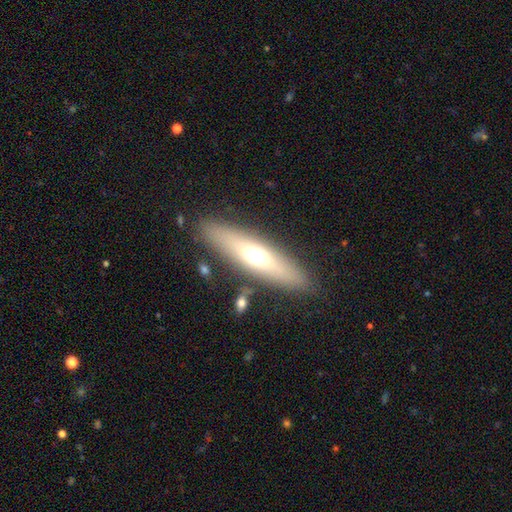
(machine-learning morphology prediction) The model was most divided on "smooth or featured": smooth: 52%, featured or disk: 40%, star or artifact: 8%. More confident: merging — none (85%); how rounded — cigar-shaped (63%).